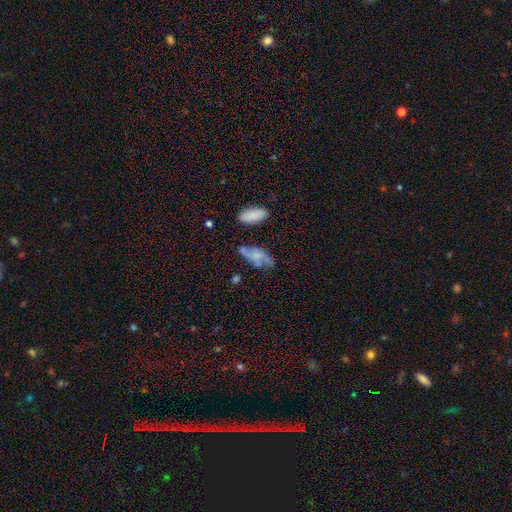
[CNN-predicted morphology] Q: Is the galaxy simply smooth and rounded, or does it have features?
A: featured or disk — 48%.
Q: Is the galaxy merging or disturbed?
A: none — 51%.